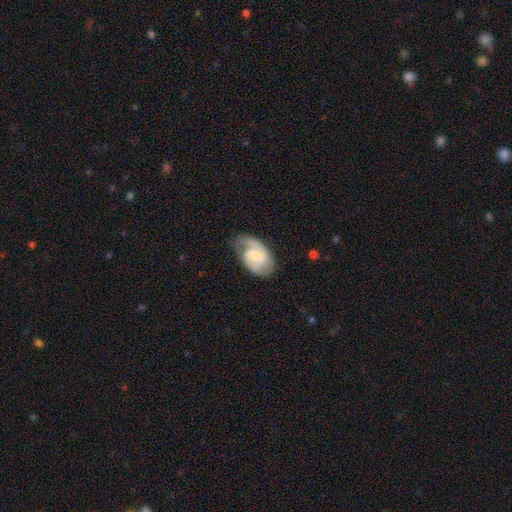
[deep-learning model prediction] Smooth or featured? featured or disk (71%)
Edge-on disk? no (97%)
Bar? weak (49%)
Spiral arms? yes (92%)
Spiral winding? medium (47%)
Spiral arm count? 2 (61%)
Bulge size? small (49%)
Merging? none (58%)